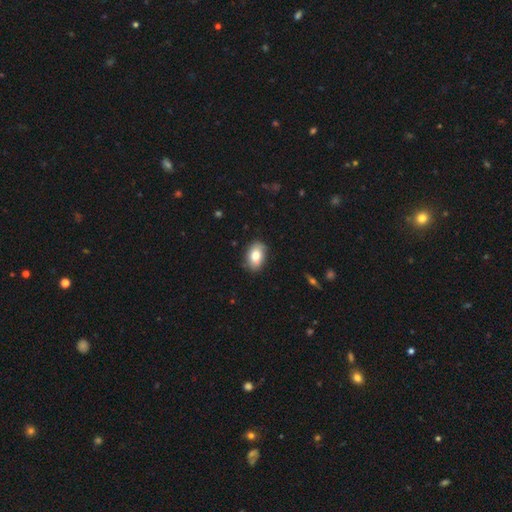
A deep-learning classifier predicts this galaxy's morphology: Smooth or featured? Predicted: smooth (p=0.78). How rounded? Predicted: in between (p=0.86). Merging? Predicted: none (p=0.81).